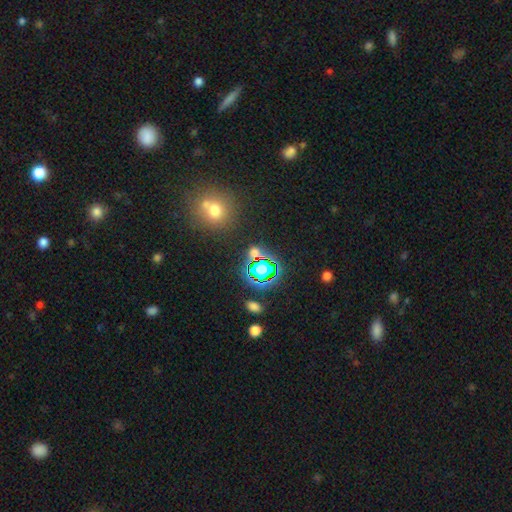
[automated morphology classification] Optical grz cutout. It shows a star or artifact, not a galaxy (70%).